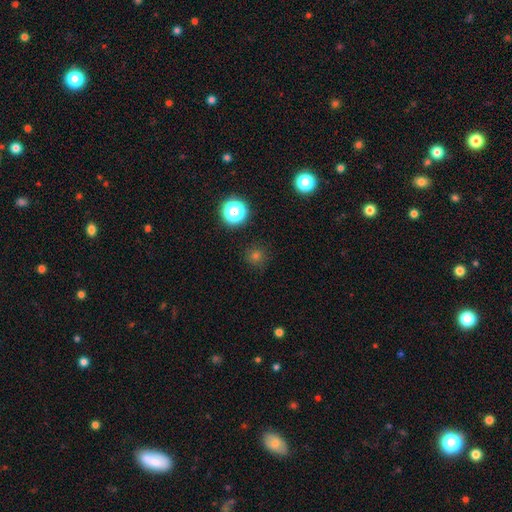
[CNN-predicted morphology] Smooth or featured?
  - smooth: 67% *
  - star or artifact: 28%
  - featured or disk: 5%
How rounded?
  - round: 94% *
  - in between: 5%
  - cigar-shaped: 1%
Merging?
  - none: 89% *
  - minor disturbance: 7%
  - major disturbance: 3%
  - merger: 2%